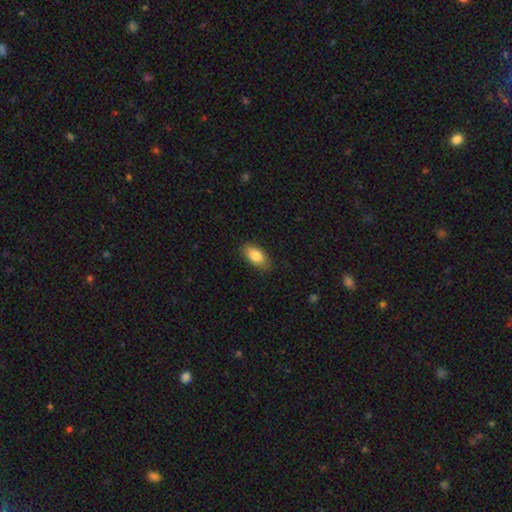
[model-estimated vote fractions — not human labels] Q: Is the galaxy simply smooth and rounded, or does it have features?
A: smooth — 84%.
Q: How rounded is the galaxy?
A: in between — 91%.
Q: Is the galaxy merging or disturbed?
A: none — 86%.